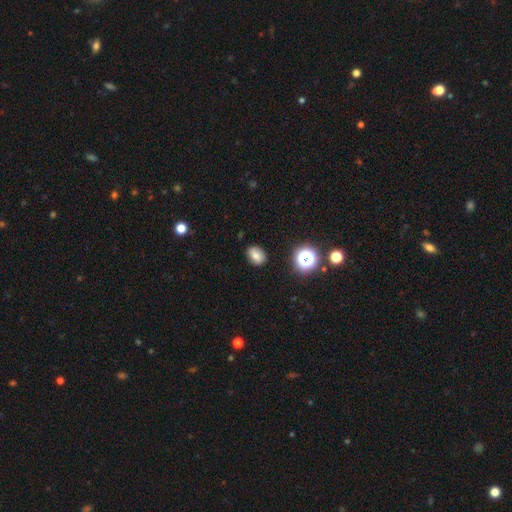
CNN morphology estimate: Overall: smooth (72%). How rounded: in between (68%; round 31%). Merging: none (86%).